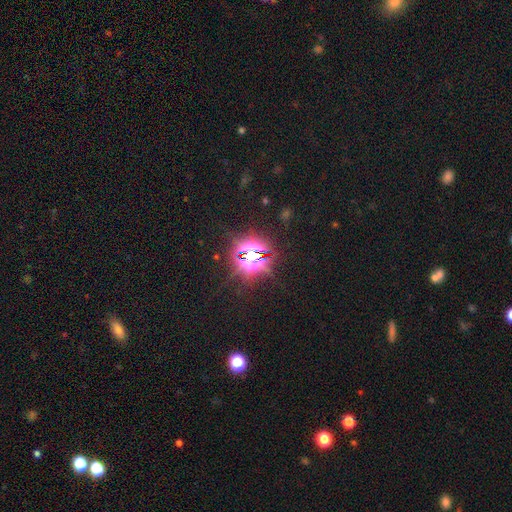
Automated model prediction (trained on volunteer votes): The model was most divided on "smooth or featured": star or artifact: 79%, smooth: 11%, featured or disk: 9%.